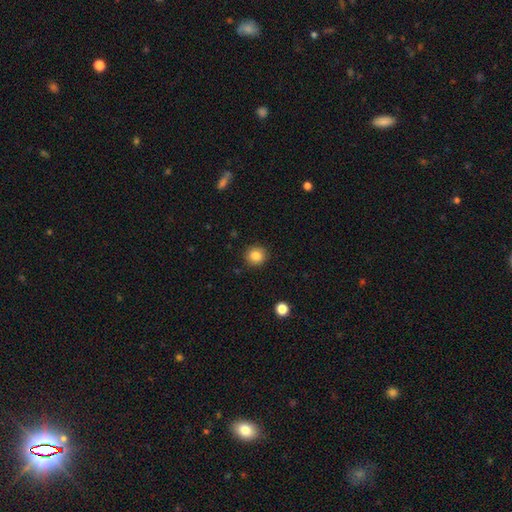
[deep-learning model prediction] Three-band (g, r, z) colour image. It shows a smooth galaxy with no disk features (85%) that is round (88%). Merging: none (90%).